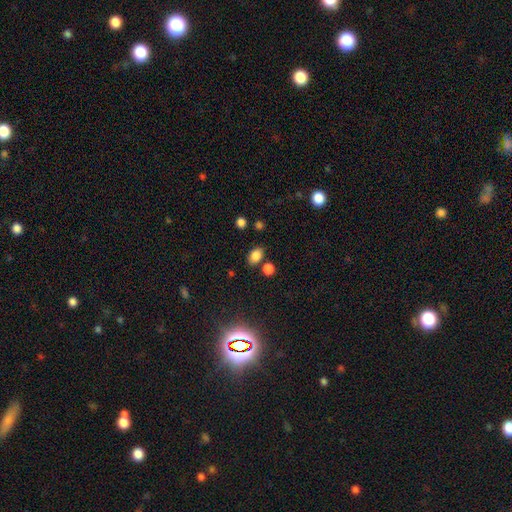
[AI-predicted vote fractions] Overall: smooth (83%). How rounded: in between (76%). Merging: none (75%).